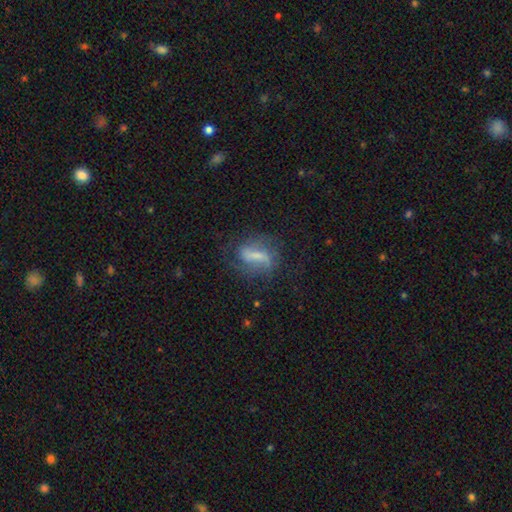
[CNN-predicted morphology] A featured or disk galaxy (64%) with a strong bar (53%), spiral arms (78%) and a small central bulge (43%). Merging: none (63%).